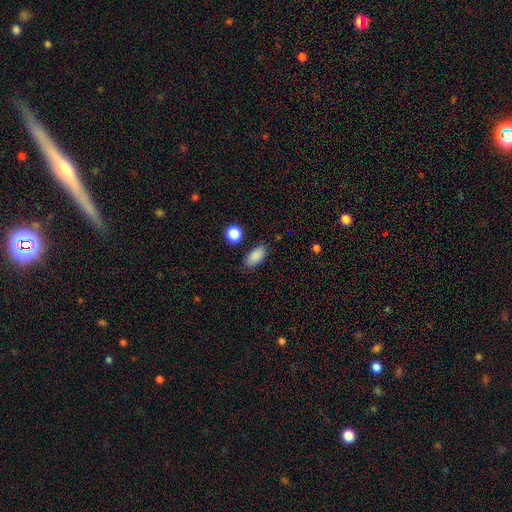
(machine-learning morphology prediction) Overall: smooth (88%). How rounded: in between (89%). Merging: none (82%).